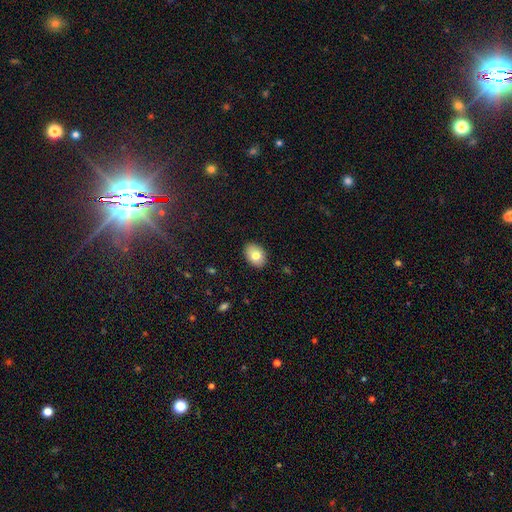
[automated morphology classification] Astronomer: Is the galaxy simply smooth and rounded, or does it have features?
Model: smooth — 77%.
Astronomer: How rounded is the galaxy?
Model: in between — 78%.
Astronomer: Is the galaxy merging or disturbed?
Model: none — 88%.